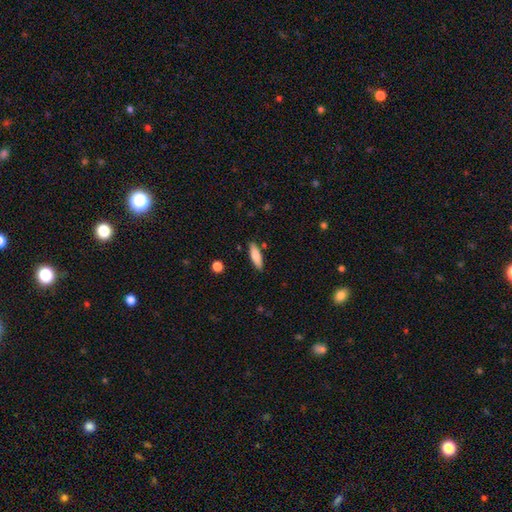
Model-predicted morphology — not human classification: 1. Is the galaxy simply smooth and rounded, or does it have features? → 77% smooth, 17% featured or disk, 6% star or artifact.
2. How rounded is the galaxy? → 51% in between, 47% cigar-shaped, 2% round.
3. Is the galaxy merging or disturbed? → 86% none, 10% minor disturbance, 3% merger, 2% major disturbance.